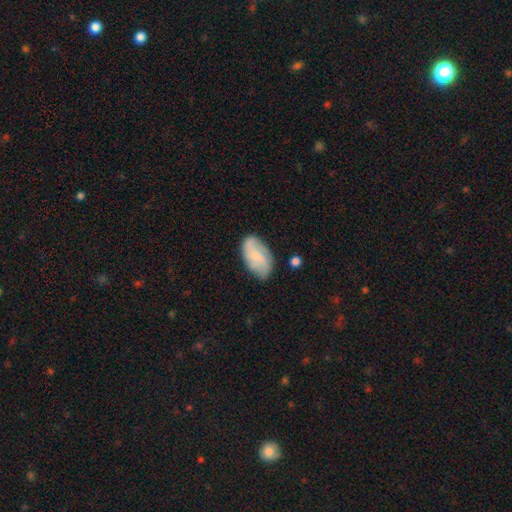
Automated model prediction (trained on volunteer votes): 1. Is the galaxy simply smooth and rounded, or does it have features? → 48% featured or disk, 45% smooth, 7% star or artifact.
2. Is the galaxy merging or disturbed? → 70% none, 22% minor disturbance, 6% major disturbance, 2% merger.